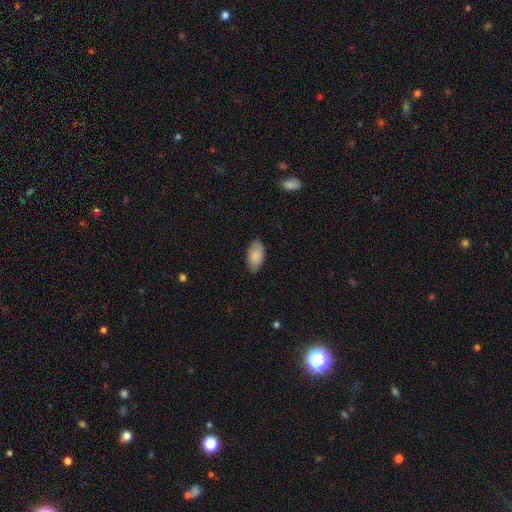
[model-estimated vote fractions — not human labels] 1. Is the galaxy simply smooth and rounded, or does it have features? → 85% smooth, 9% featured or disk, 6% star or artifact.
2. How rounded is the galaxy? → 94% in between, 3% round, 2% cigar-shaped.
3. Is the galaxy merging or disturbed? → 79% none, 17% minor disturbance, 3% major disturbance, 1% merger.